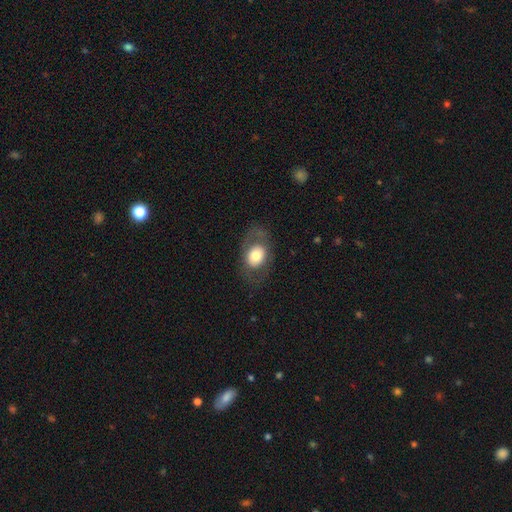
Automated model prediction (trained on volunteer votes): Smooth or featured? Predicted: smooth (p=0.62). How rounded? Predicted: in between (p=0.67). Merging? Predicted: none (p=0.74).